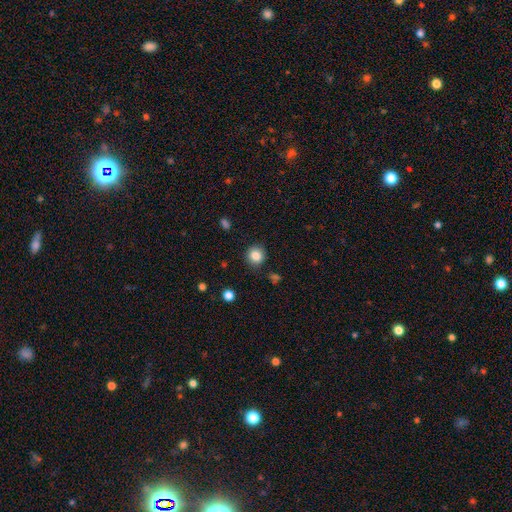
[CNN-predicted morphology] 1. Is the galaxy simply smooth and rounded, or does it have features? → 84% smooth, 10% star or artifact, 5% featured or disk.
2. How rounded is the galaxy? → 89% round, 10% in between, 1% cigar-shaped.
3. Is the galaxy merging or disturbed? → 88% none, 8% minor disturbance, 2% major disturbance, 2% merger.